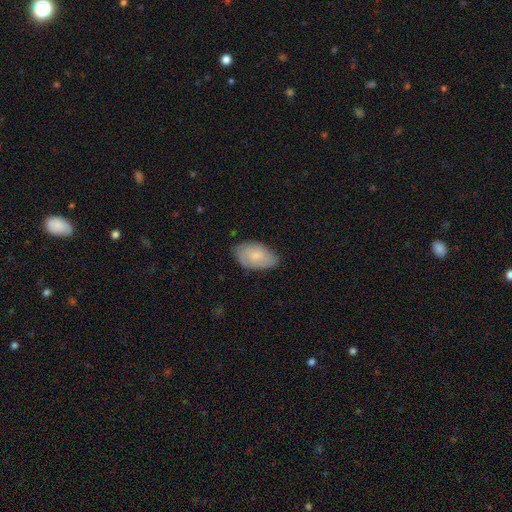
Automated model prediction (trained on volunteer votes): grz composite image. It shows a smooth galaxy with no disk features (75%) that is in between round and cigar-shaped (94%). Merging: none (73%).